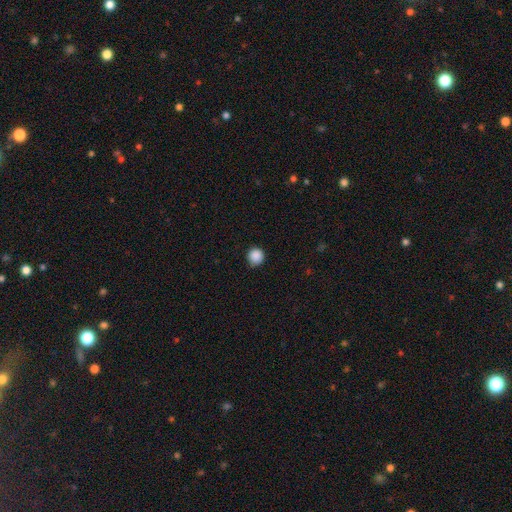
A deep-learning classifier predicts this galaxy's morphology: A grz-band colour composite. It shows a smooth galaxy with no disk features (88%) that is round (95%). Merging: none (88%).